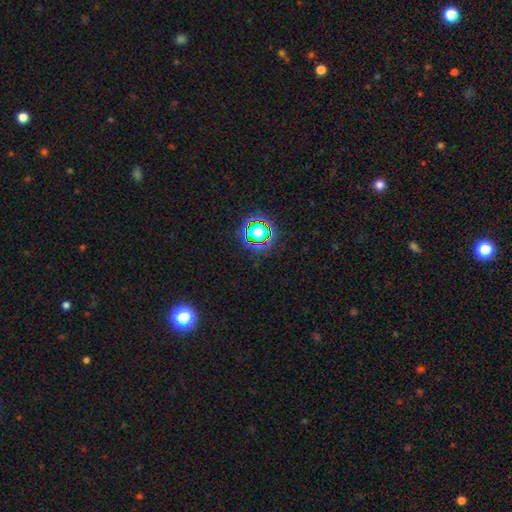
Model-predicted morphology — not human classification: star or artifact 75%, smooth 17%, featured or disk 8%.